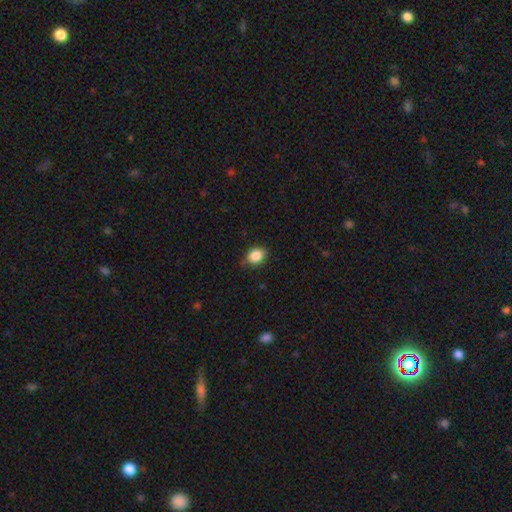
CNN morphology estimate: smooth_or_featured: smooth (p=0.86) [alt: star or artifact p=0.09]
how_rounded: in between (p=0.57) [alt: round p=0.42]
merging: none (p=0.79) [alt: minor disturbance p=0.17]